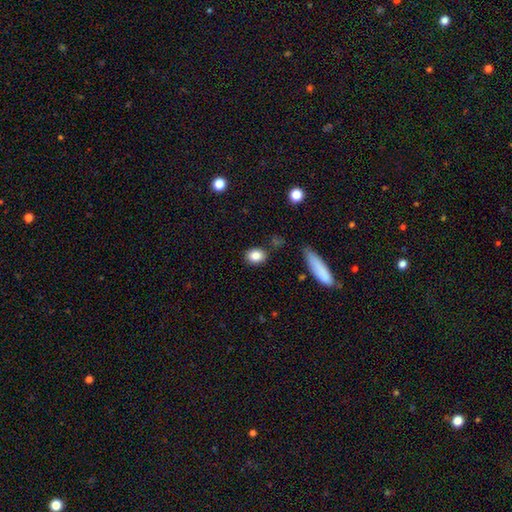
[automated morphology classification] Q: Smooth or featured?
A: smooth (84%); runner-up: star or artifact (9%)
Q: How rounded?
A: in between (57%); runner-up: round (41%)
Q: Merging?
A: none (84%); runner-up: minor disturbance (10%)